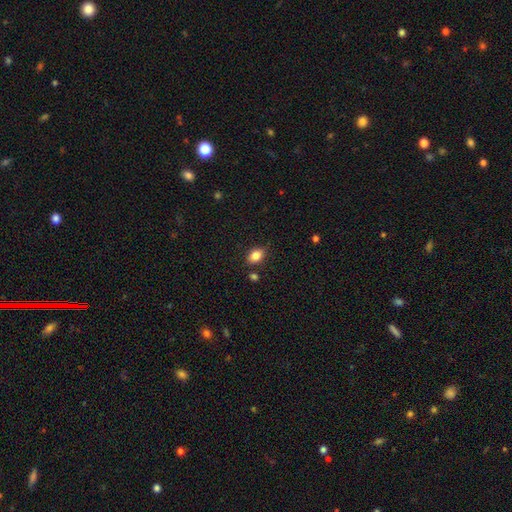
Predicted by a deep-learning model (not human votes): A smooth galaxy with no disk features (83%) that is in between round and cigar-shaped (76%).

Vote fractions:
- Smooth or featured? smooth: 83% / star or artifact: 9% / featured or disk: 8%
- How rounded? in between: 76% / round: 22% / cigar-shaped: 2%
- Merging? none: 80% / minor disturbance: 13% / merger: 4% / major disturbance: 3%